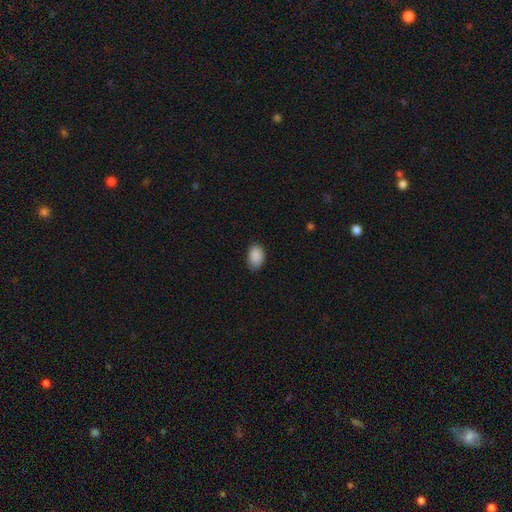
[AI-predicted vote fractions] A smooth galaxy with no disk features (90%) that is in between round and cigar-shaped (85%). Merging: none (82%).